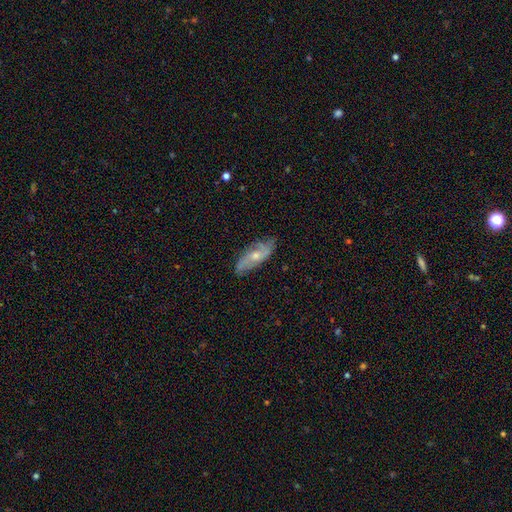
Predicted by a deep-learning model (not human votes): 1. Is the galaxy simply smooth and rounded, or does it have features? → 68% featured or disk, 25% smooth, 7% star or artifact.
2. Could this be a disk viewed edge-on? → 84% no, 16% yes.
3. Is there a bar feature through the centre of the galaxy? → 68% no, 27% weak, 5% strong.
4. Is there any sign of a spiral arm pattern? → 86% yes, 14% no.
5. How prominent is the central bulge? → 54% moderate, 41% small, 2% large, 2% none, 1% dominant.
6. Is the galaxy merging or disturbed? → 75% none, 19% minor disturbance, 4% major disturbance, 1% merger.